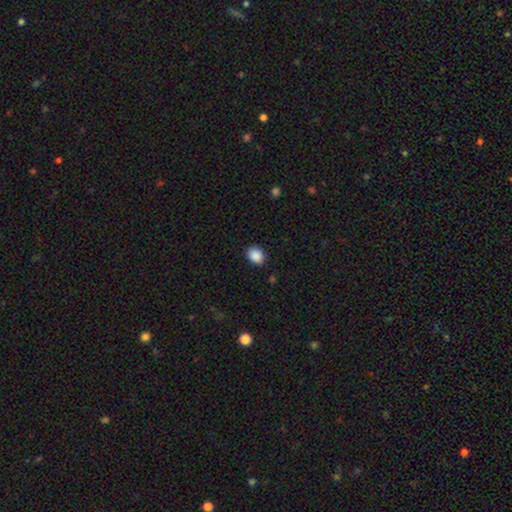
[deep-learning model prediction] smooth 89%, star or artifact 8%, featured or disk 3%. Down the decision tree: how rounded — in between (60%); merging — none (86%).